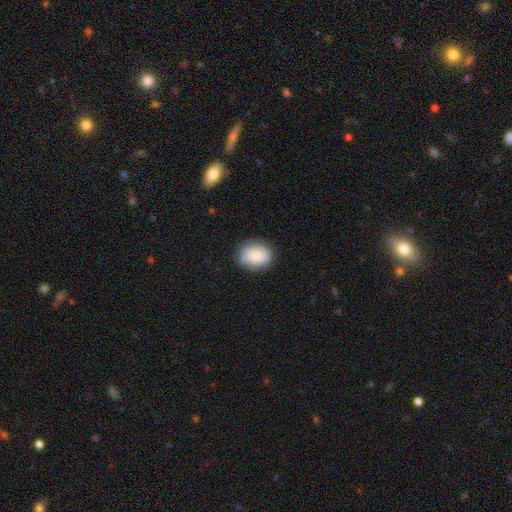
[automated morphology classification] Smooth or featured? Predicted: smooth (p=0.86). How rounded? Predicted: in between (p=0.65). Merging? Predicted: none (p=0.80).